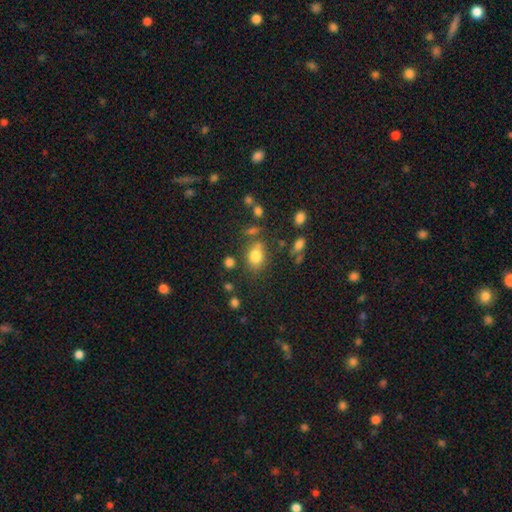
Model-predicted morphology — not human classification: Smooth or featured: smooth — 78% (star or artifact — 12%)
How rounded: in between — 61% (round — 38%)
Merging: none — 64% (minor disturbance — 17%)